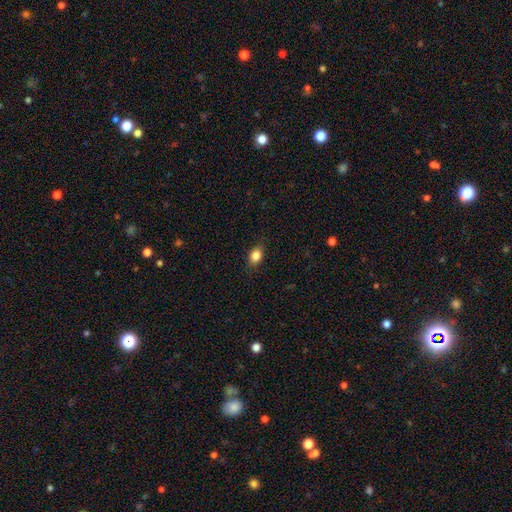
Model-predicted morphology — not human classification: smooth_or_featured: smooth (p=0.84) [alt: star or artifact p=0.09]
how_rounded: in between (p=0.70) [alt: round p=0.27]
merging: none (p=0.83) [alt: minor disturbance p=0.14]